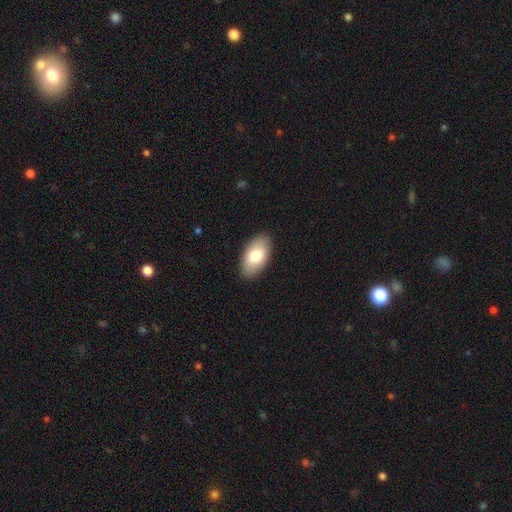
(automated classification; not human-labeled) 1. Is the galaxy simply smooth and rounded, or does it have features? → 77% smooth, 17% featured or disk, 6% star or artifact.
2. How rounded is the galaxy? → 95% in between, 3% round, 2% cigar-shaped.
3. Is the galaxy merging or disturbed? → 88% none, 9% minor disturbance, 2% major disturbance, 1% merger.